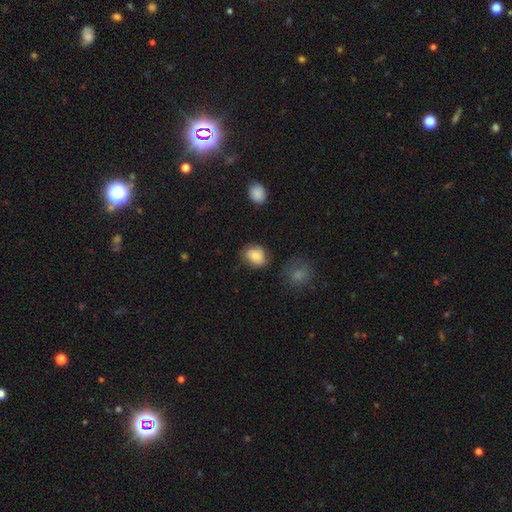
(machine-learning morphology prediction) Smooth or featured?
  - smooth: 80% *
  - featured or disk: 12%
  - star or artifact: 8%
How rounded?
  - round: 52% *
  - in between: 47%
  - cigar-shaped: 1%
Merging?
  - none: 63% *
  - minor disturbance: 25%
  - major disturbance: 8%
  - merger: 3%